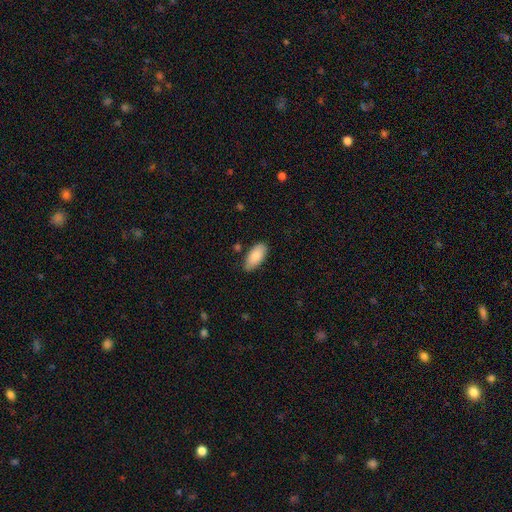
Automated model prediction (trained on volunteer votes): Smooth or featured?
  - smooth: 86% *
  - featured or disk: 8%
  - star or artifact: 6%
How rounded?
  - in between: 91% *
  - cigar-shaped: 7%
  - round: 2%
Merging?
  - none: 80% *
  - minor disturbance: 15%
  - major disturbance: 3%
  - merger: 2%